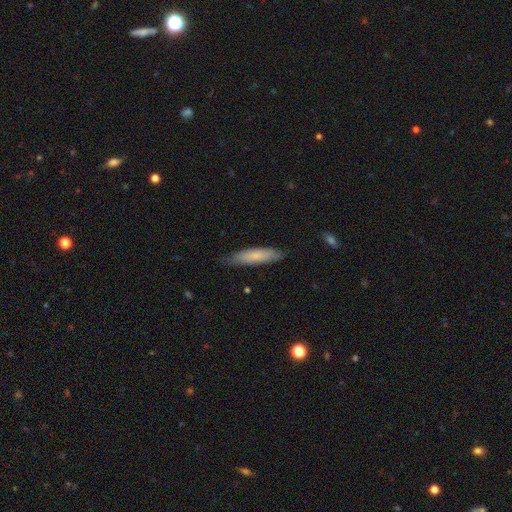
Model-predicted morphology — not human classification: Overall: smooth (73%). How rounded: cigar-shaped (74%). Merging: none (80%).